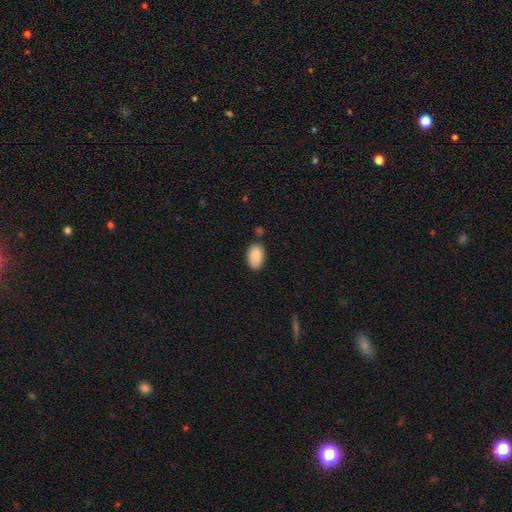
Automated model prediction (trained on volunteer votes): This appears to be a smooth galaxy with no disk features (89%) that is in between round and cigar-shaped (93%). Merging: none (77%).